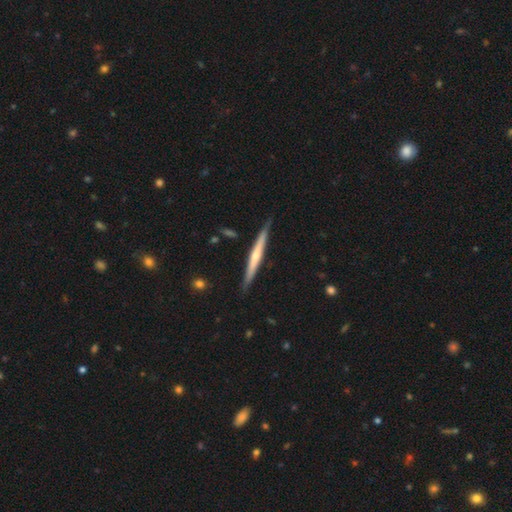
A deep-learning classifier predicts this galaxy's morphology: A featured or disk galaxy (60%) viewed edge-on (97%) with a rounded central bulge (53%). Merging: none (86%).